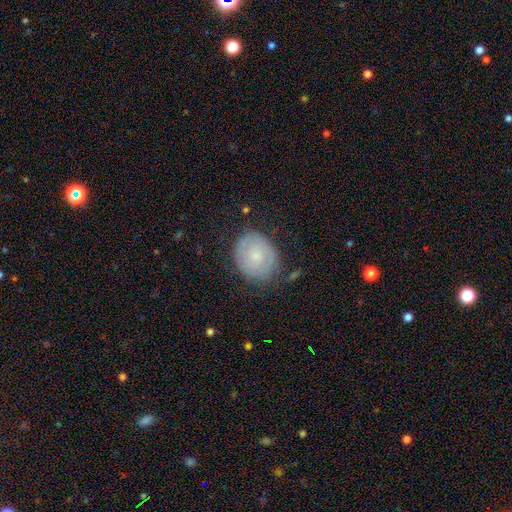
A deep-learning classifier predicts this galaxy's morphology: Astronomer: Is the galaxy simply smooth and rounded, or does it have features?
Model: featured or disk — 47% (runner-up: smooth, 46%).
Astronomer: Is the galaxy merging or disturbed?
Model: none — 74%.